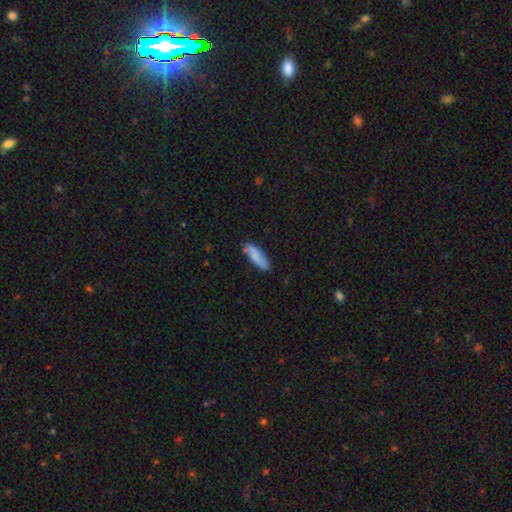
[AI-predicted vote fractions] smooth_or_featured: smooth (p=0.80) [alt: featured or disk p=0.14]
how_rounded: cigar-shaped (p=0.52) [alt: in between p=0.46]
merging: none (p=0.78) [alt: minor disturbance p=0.17]